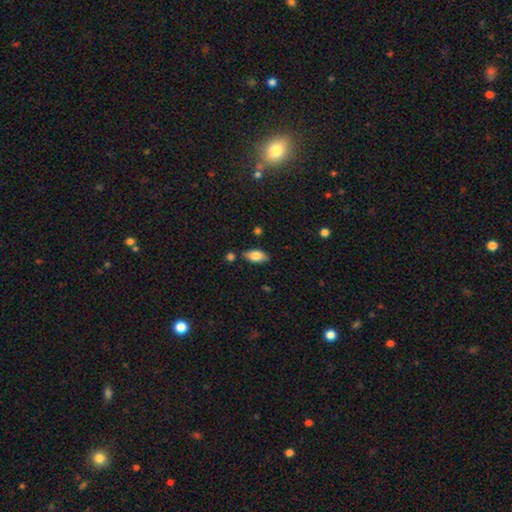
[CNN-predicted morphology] Smooth or featured: smooth — 79% (featured or disk — 14%)
How rounded: in between — 90% (cigar-shaped — 7%)
Merging: none — 78% (minor disturbance — 14%)